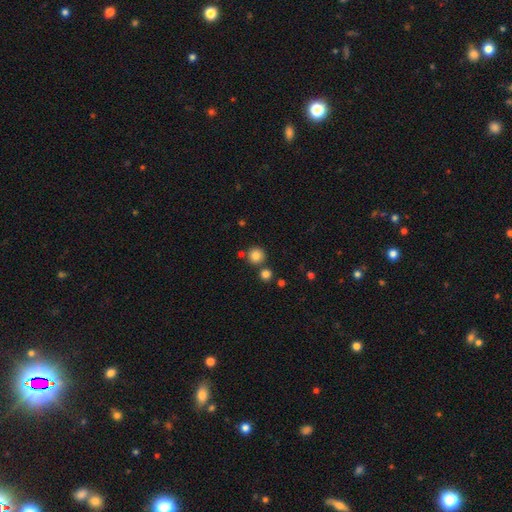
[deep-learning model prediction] smooth 83%, star or artifact 11%, featured or disk 6%. Down the decision tree: how rounded — round (93%); merging — none (78%).